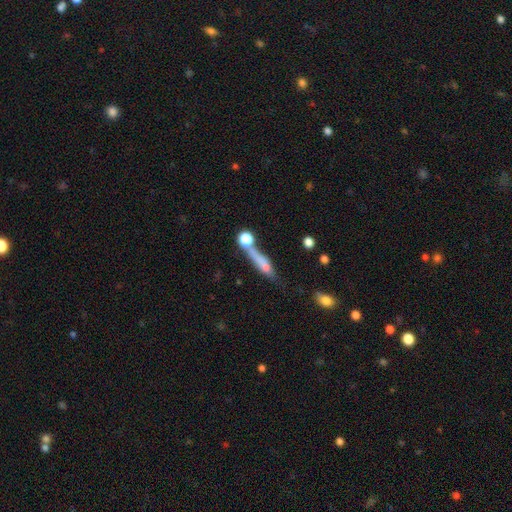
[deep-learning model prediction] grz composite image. It shows a smooth galaxy with no disk features (48%). Merging: none (54%).